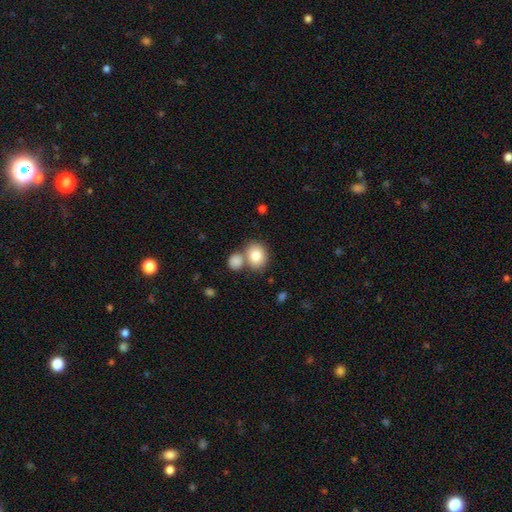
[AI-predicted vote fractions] The model was most divided on "how rounded": round: 60%, in between: 39%, cigar-shaped: 1%. More confident: smooth or featured — smooth (81%); merging — none (57%).